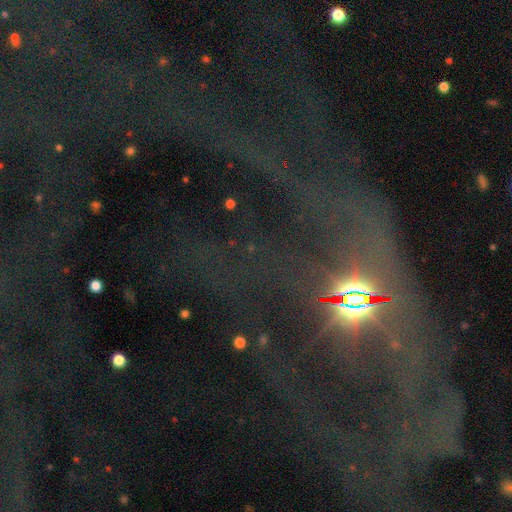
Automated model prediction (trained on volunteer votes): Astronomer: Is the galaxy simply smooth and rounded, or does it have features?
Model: star or artifact — 60%.